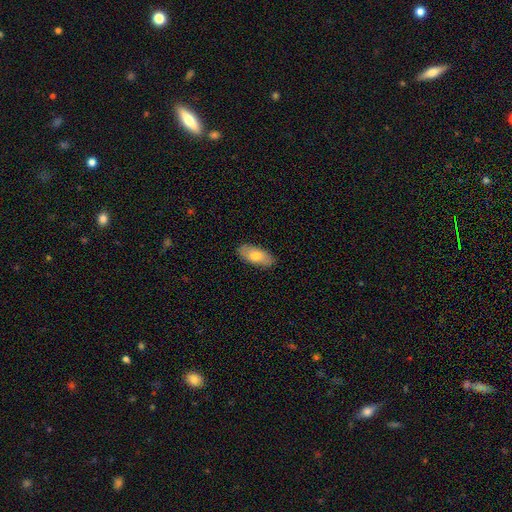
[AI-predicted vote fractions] smooth 76%, featured or disk 18%, star or artifact 6%. Down the decision tree: how rounded — in between (90%); merging — none (86%).